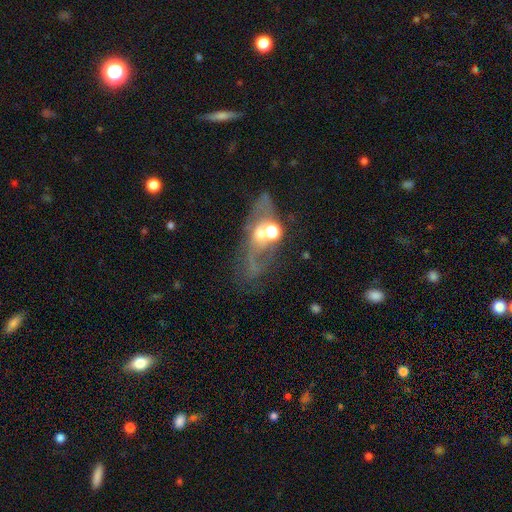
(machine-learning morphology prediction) featured or disk 51%, smooth 28%, star or artifact 21%. Down the decision tree: edge-on disk — no (75%); merging — none (33%).